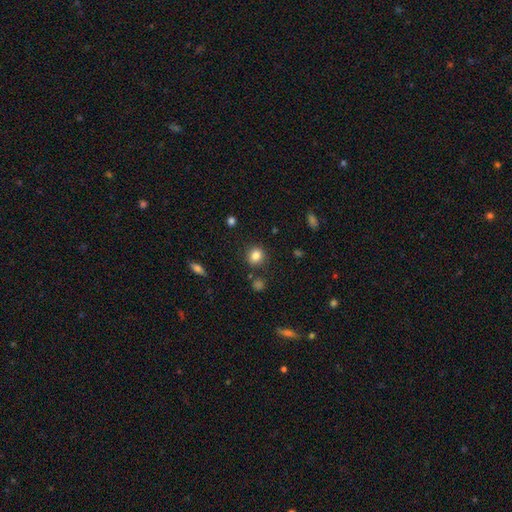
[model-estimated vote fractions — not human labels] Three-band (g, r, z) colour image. It shows a smooth galaxy with no disk features (84%) that is round (81%). Merging: none (86%).